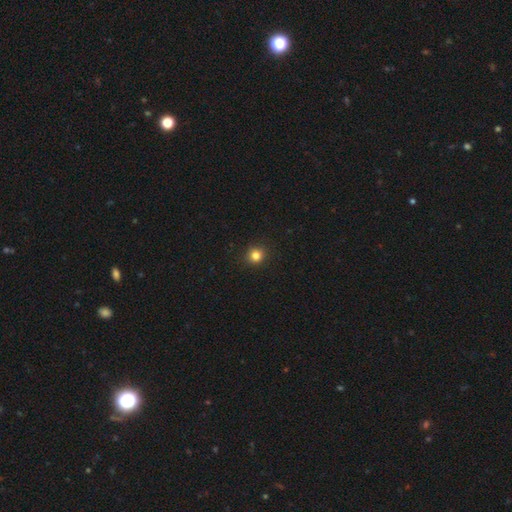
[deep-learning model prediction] This is clearly a smooth galaxy (83%). How rounded: clearly round (92%). Merging: clearly none (92%).